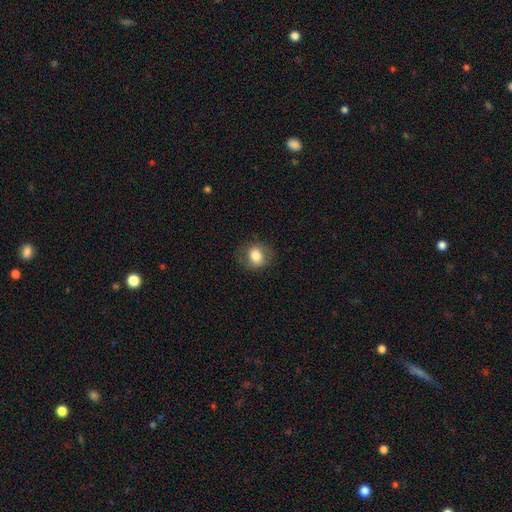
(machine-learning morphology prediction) Smooth or featured? Predicted: smooth (p=0.76). How rounded? Predicted: round (p=0.59). Merging? Predicted: none (p=0.79).